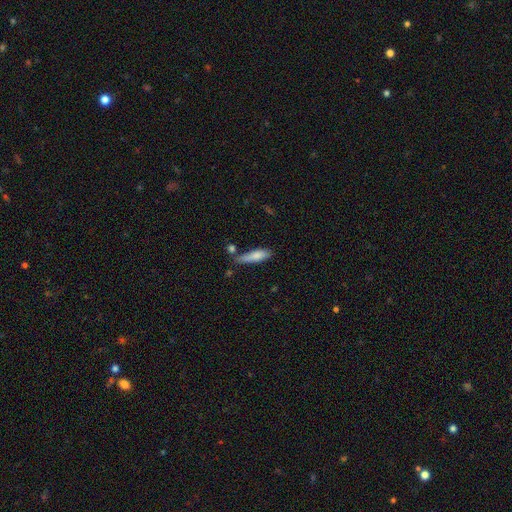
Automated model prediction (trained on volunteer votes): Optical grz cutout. It shows a smooth galaxy with no disk features (76%) that is cigar-shaped (67%). Merging: none (54%).